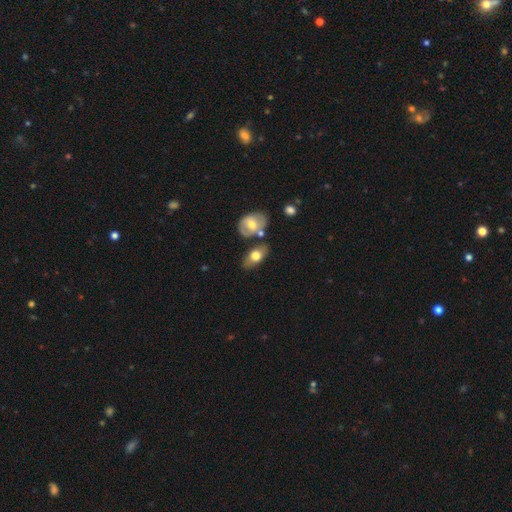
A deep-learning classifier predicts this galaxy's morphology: Q: Smooth or featured?
A: smooth (65%); runner-up: featured or disk (28%)
Q: How rounded?
A: in between (88%); runner-up: round (8%)
Q: Merging?
A: none (66%); runner-up: merger (15%)